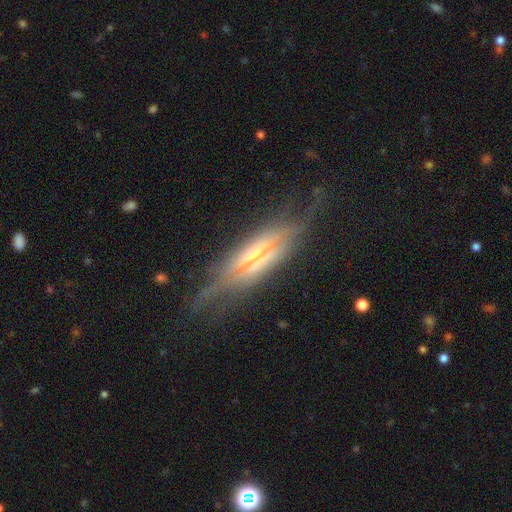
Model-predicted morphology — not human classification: featured or disk 78%, smooth 15%, star or artifact 7%. Down the decision tree: edge-on disk — yes (90%); edge-on bulge — rounded (59%); merging — none (65%).